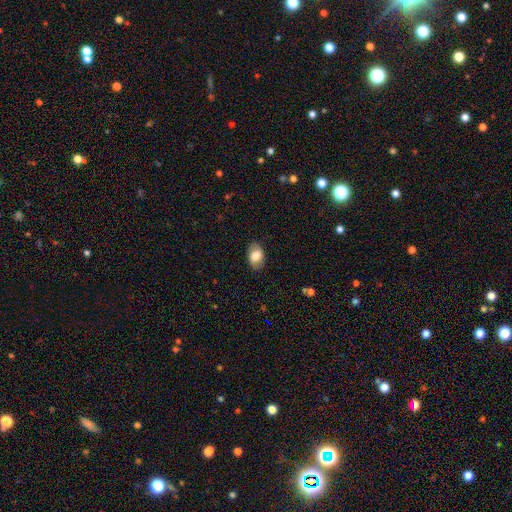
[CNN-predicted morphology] Smooth or featured: smooth — 74% (featured or disk — 19%)
How rounded: in between — 89% (round — 10%)
Merging: none — 83% (minor disturbance — 13%)